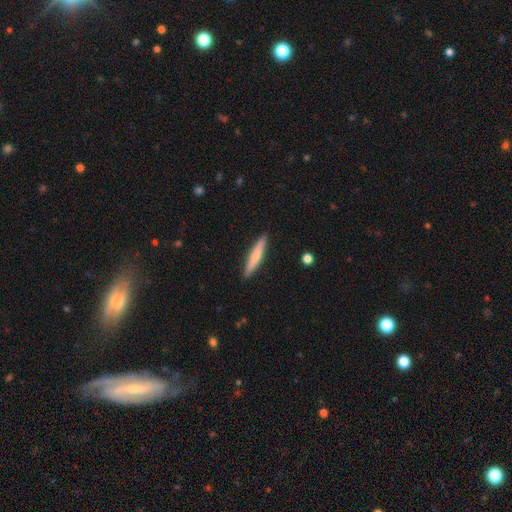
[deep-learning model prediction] The model was most divided on "smooth or featured": smooth: 65%, featured or disk: 29%, star or artifact: 5%. More confident: how rounded — cigar-shaped (92%); merging — none (91%).